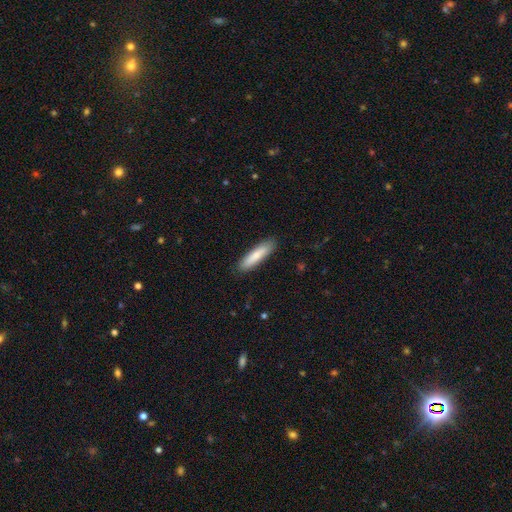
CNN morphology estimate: A smooth galaxy with no disk features (80%) that is cigar-shaped (79%). Merging: none (89%).